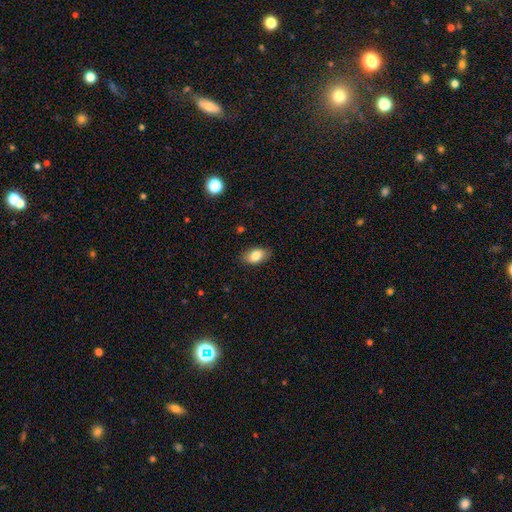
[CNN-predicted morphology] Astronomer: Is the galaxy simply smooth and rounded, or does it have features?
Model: smooth — 82%.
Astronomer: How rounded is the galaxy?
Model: in between — 91%.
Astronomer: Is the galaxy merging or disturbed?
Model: none — 86%.